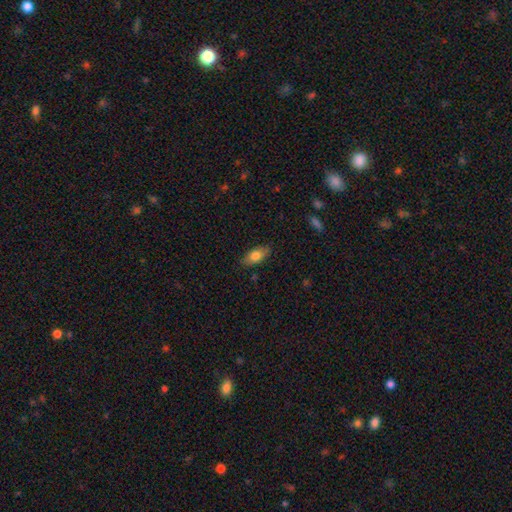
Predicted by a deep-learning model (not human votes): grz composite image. It shows a smooth galaxy with no disk features (76%) that is in between round and cigar-shaped (85%). Merging: none (83%).